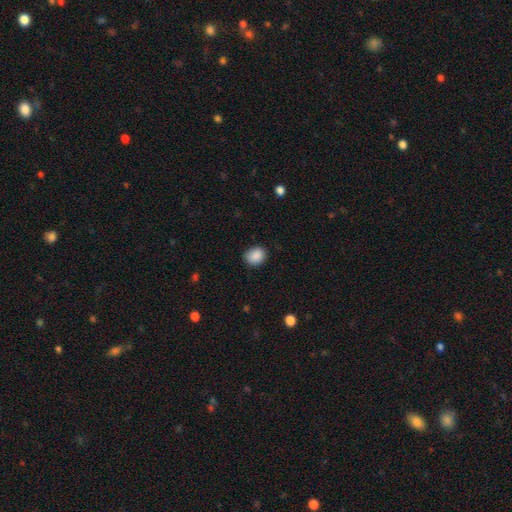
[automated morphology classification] type=smooth (89%); roundness=round (53%); merging=none (83%).